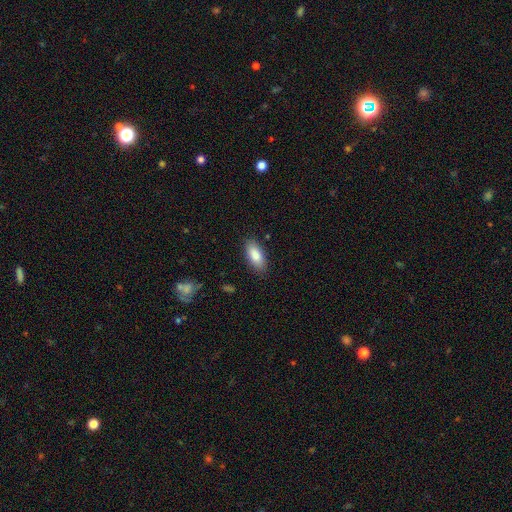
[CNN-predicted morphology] smooth 83%, featured or disk 10%, star or artifact 6%. Down the decision tree: how rounded — in between (87%); merging — none (86%).